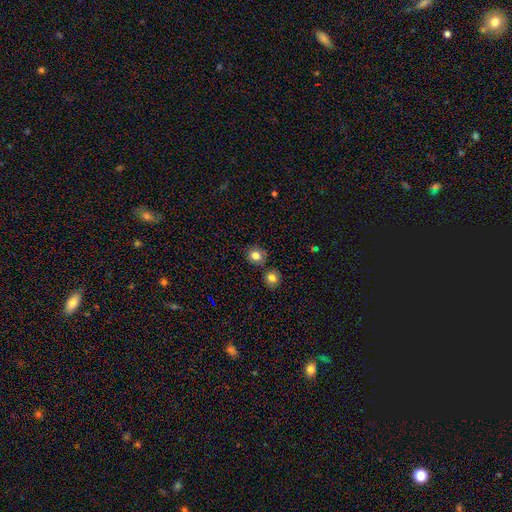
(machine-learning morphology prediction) Smooth or featured?
  - smooth: 82% *
  - star or artifact: 11%
  - featured or disk: 7%
How rounded?
  - round: 81% *
  - in between: 18%
  - cigar-shaped: 1%
Merging?
  - none: 79% *
  - minor disturbance: 9%
  - merger: 9%
  - major disturbance: 3%